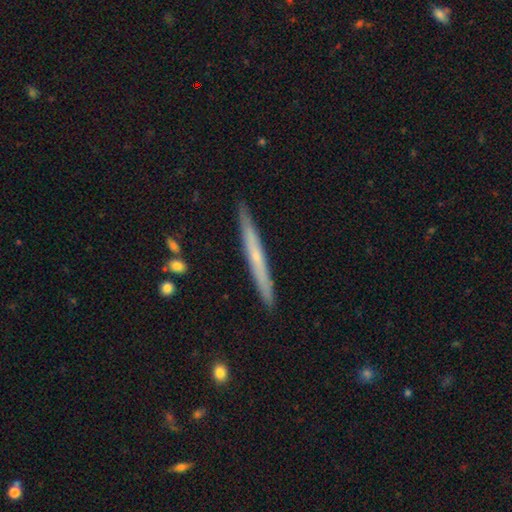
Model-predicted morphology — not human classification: The model was most divided on "smooth or featured": featured or disk: 52%, smooth: 42%, star or artifact: 6%. More confident: edge-on disk — yes (95%); merging — none (90%); edge-on bulge — none (63%).